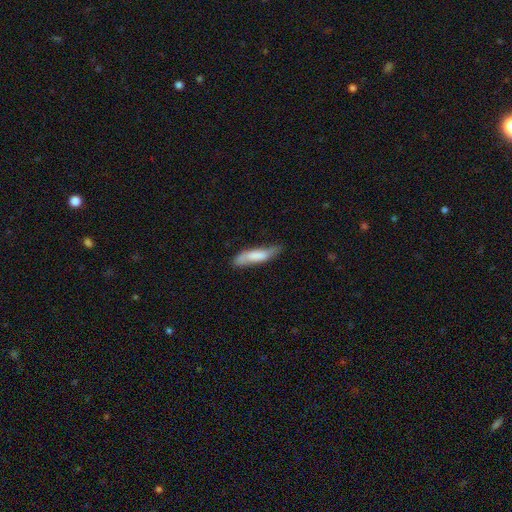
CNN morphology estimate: smooth_or_featured: smooth (p=0.71) [alt: featured or disk p=0.23]
how_rounded: cigar-shaped (p=0.72) [alt: in between p=0.27]
merging: none (p=0.63) [alt: minor disturbance p=0.28]